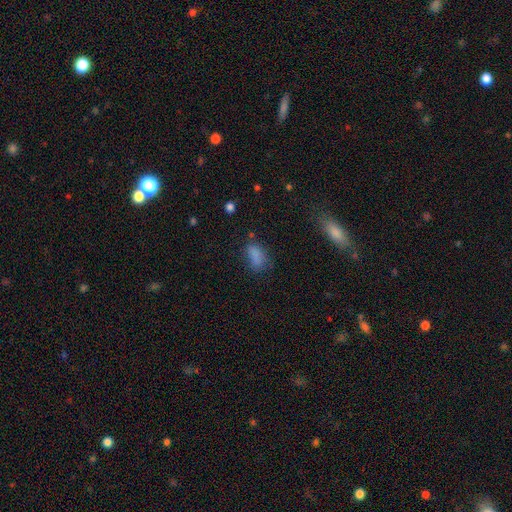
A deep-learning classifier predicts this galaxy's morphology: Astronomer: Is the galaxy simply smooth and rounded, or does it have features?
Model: smooth — 79%.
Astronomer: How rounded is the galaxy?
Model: in between — 85%.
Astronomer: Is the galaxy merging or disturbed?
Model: none — 56%.